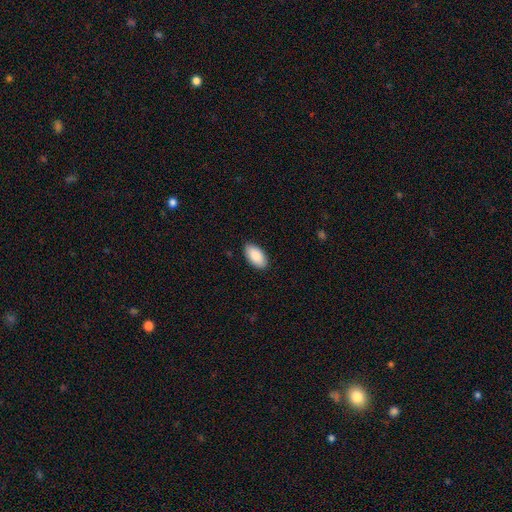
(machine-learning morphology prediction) Q: Smooth or featured?
A: smooth (88%); runner-up: star or artifact (6%)
Q: How rounded?
A: in between (95%); runner-up: cigar-shaped (3%)
Q: Merging?
A: none (88%); runner-up: minor disturbance (9%)